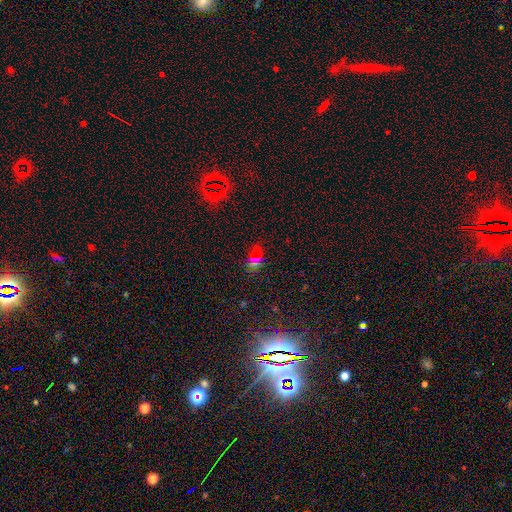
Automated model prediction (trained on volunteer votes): Q: Smooth or featured?
A: star or artifact (47%); runner-up: smooth (43%)